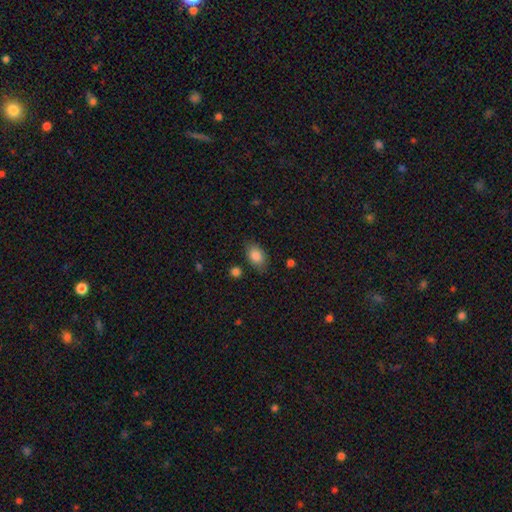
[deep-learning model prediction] This appears to be a smooth galaxy with no disk features (84%) that is in between round and cigar-shaped (86%). Merging: none (79%).